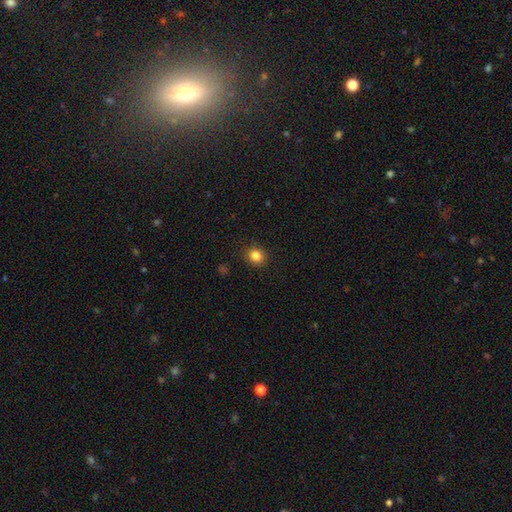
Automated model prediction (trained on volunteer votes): Morphology: type=smooth (84%); roundness=round (79%); merging=none (91%).